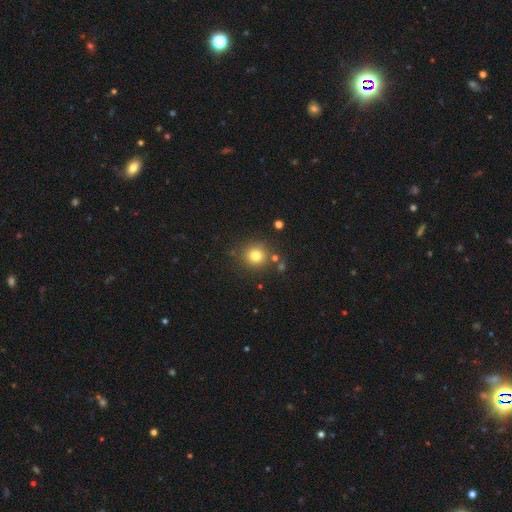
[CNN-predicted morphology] smooth 78%, star or artifact 14%, featured or disk 8%. Down the decision tree: how rounded — round (92%); merging — none (83%).